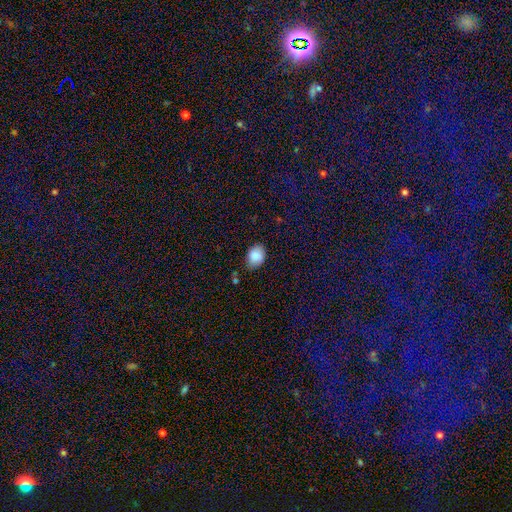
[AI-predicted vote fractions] smooth_or_featured: smooth (p=0.87) [alt: star or artifact p=0.08]
how_rounded: in between (p=0.66) [alt: round p=0.33]
merging: none (p=0.71) [alt: minor disturbance p=0.23]